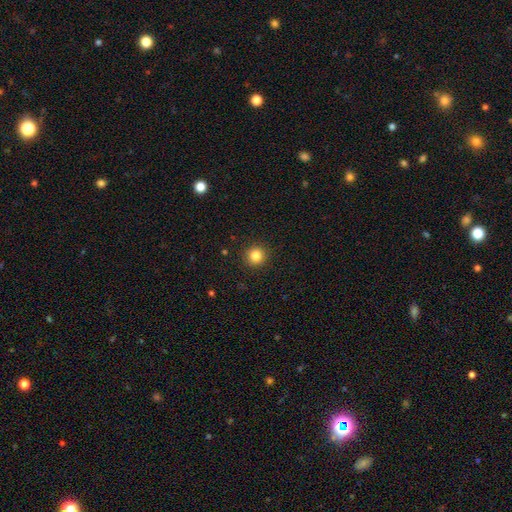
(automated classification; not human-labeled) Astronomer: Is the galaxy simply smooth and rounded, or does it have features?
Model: smooth — 84%.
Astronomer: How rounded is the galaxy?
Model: round — 93%.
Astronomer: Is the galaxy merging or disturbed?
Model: none — 92%.